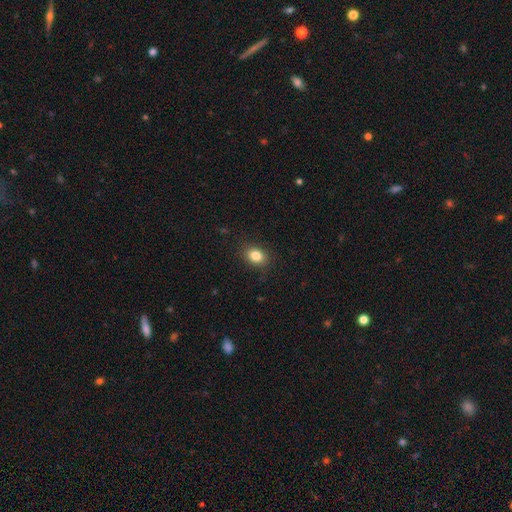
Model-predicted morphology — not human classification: Smooth or featured? Predicted: smooth (p=0.83). How rounded? Predicted: in between (p=0.63). Merging? Predicted: none (p=0.87).